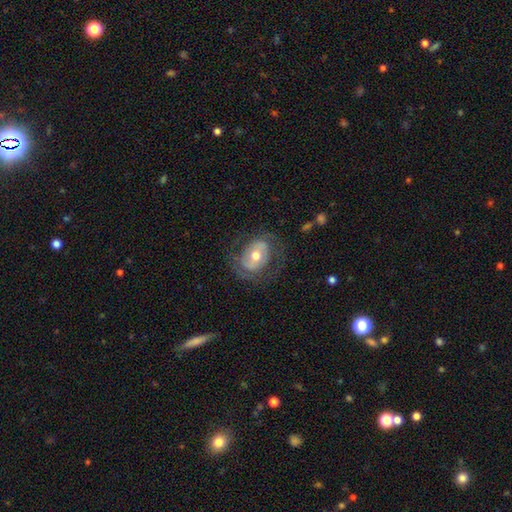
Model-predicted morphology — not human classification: The model was most divided on "spiral arms": yes: 55%, no: 45%. More confident: edge-on disk — no (95%); bulge size — moderate (75%); merging — none (67%); smooth or featured — featured or disk (61%); bar — no (56%).